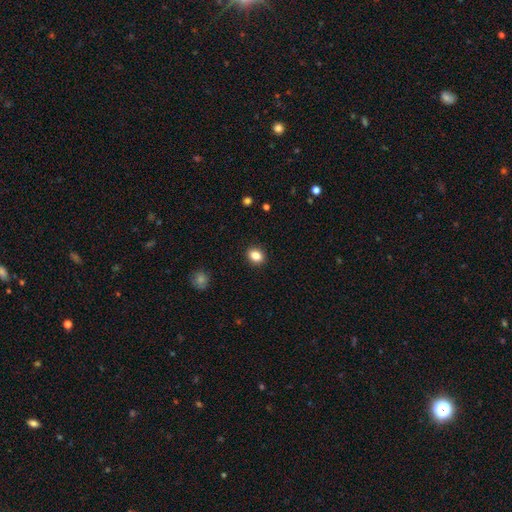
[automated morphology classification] Smooth or featured? smooth (85%)
How rounded? in between (53%)
Merging? none (91%)